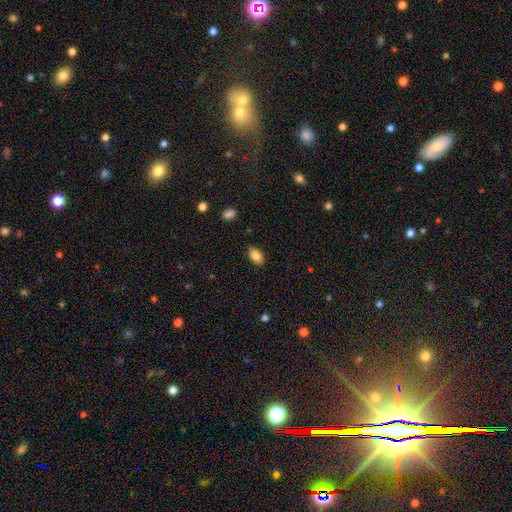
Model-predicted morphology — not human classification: The model was most divided on "merging": none: 87%, minor disturbance: 10%, major disturbance: 2%, merger: 1%. More confident: how rounded — in between (91%); smooth or featured — smooth (86%).